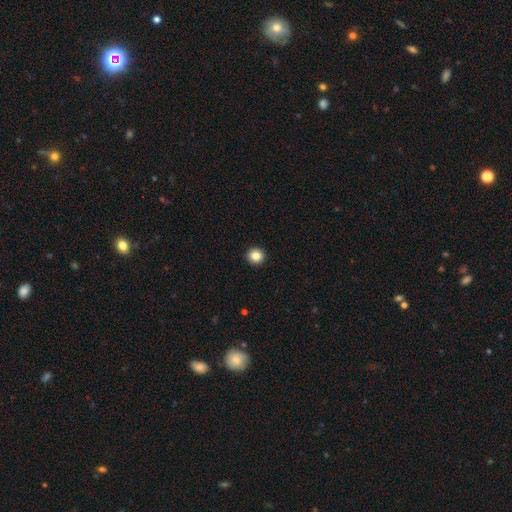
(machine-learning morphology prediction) A smooth galaxy with no disk features (85%) that is round (90%). Merging: none (93%).